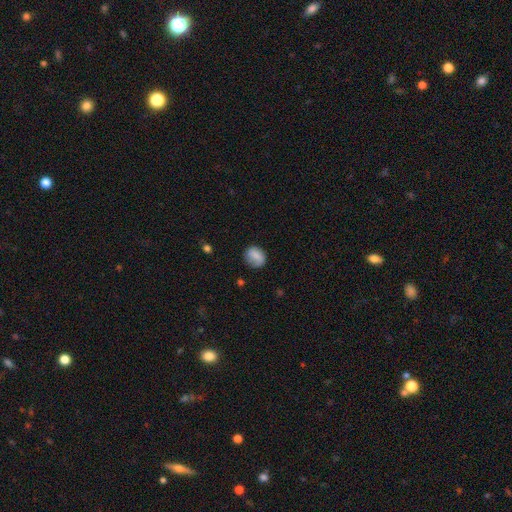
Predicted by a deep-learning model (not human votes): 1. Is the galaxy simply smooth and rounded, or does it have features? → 75% smooth, 16% featured or disk, 8% star or artifact.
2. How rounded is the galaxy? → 57% round, 41% in between, 2% cigar-shaped.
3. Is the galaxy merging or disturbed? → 71% none, 21% minor disturbance, 7% major disturbance, 2% merger.